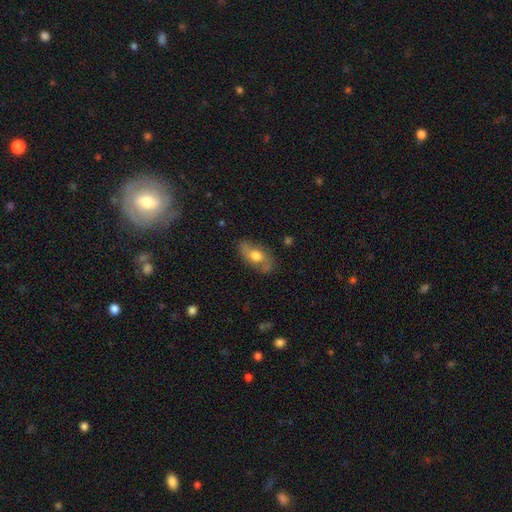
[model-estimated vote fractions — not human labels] smooth_or_featured: smooth (p=0.55) [alt: featured or disk p=0.38]
how_rounded: in between (p=0.86) [alt: round p=0.08]
merging: none (p=0.73) [alt: minor disturbance p=0.20]